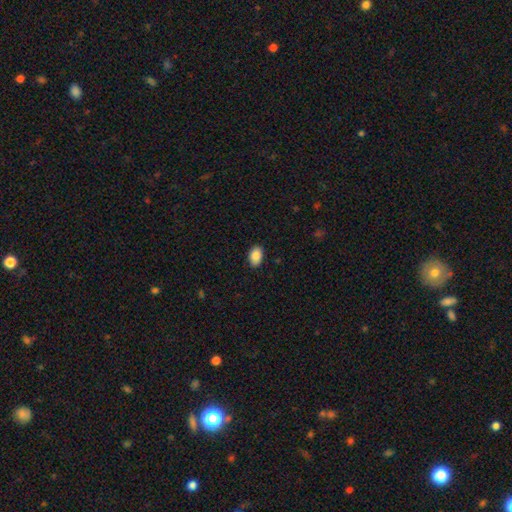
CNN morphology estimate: Smooth or featured? smooth (87%)
How rounded? in between (89%)
Merging? none (89%)